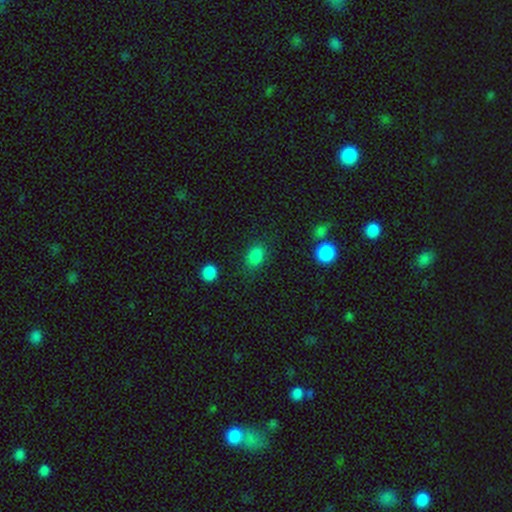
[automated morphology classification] Overall: smooth (84%). How rounded: in between (68%; round 30%). Merging: none (79%).